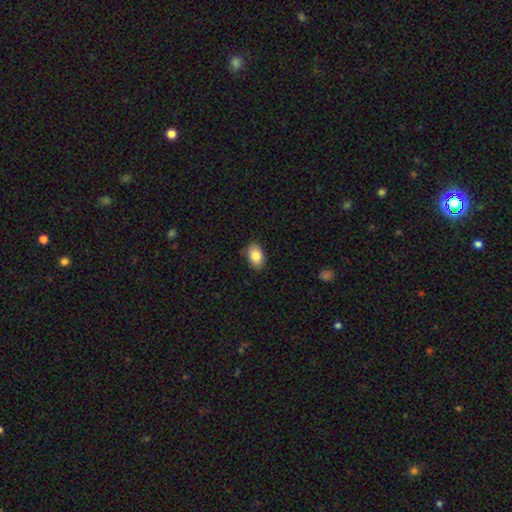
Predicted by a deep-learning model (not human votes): Smooth or featured? Predicted: smooth (p=0.85). How rounded? Predicted: in between (p=0.87). Merging? Predicted: none (p=0.85).